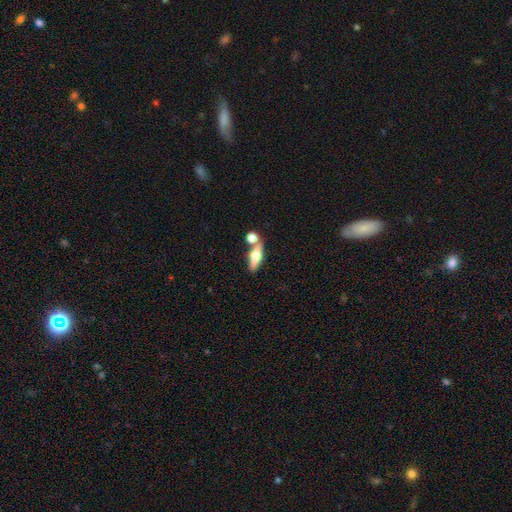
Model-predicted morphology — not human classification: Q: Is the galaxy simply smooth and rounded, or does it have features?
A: featured or disk — 48%.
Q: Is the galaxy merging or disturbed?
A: none — 62%.